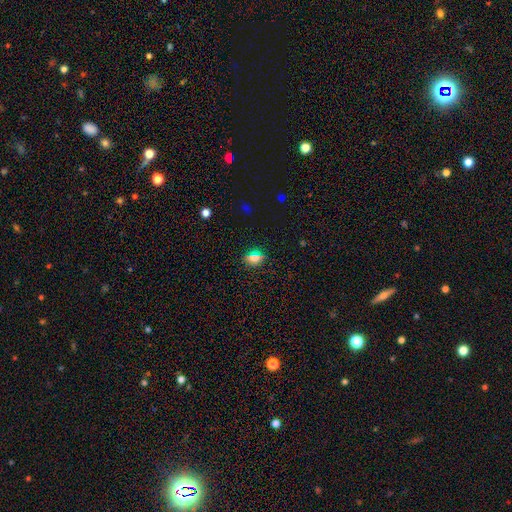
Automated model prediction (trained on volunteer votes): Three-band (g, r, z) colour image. It shows a smooth galaxy with no disk features (69%) that is round (55%). Merging: none (87%).